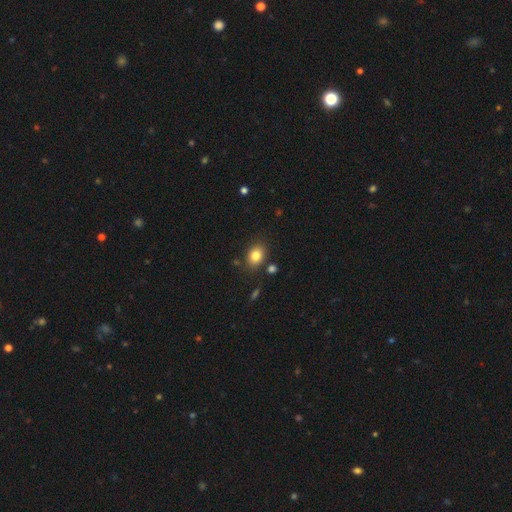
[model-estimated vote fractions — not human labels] Smooth or featured? Predicted: smooth (p=0.82). How rounded? Predicted: in between (p=0.63). Merging? Predicted: none (p=0.82).